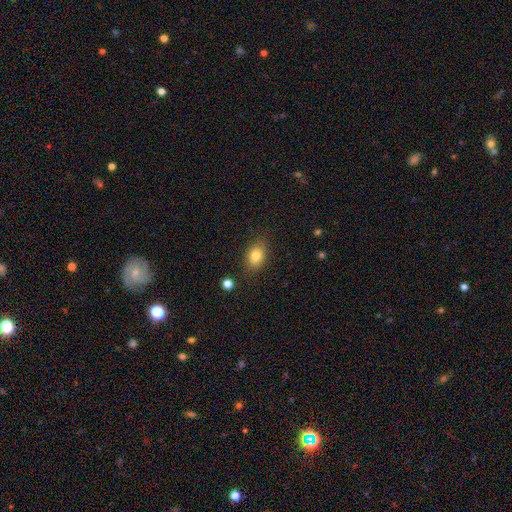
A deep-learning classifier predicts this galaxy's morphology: This appears to be a smooth galaxy with no disk features (82%) that is in between round and cigar-shaped (78%). Merging: none (82%).